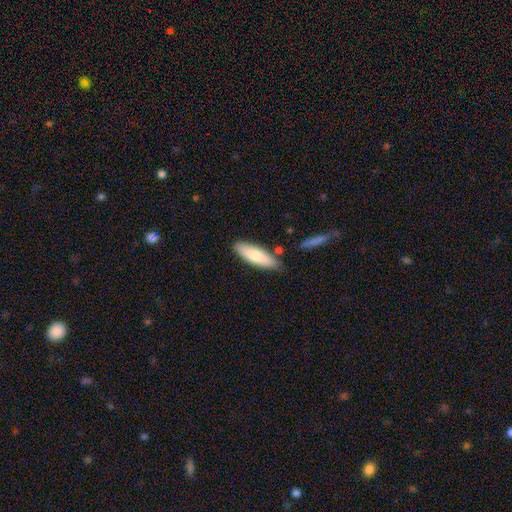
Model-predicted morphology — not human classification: Q: Smooth or featured?
A: smooth (76%); runner-up: featured or disk (19%)
Q: How rounded?
A: cigar-shaped (50%); runner-up: in between (48%)
Q: Merging?
A: none (79%); runner-up: minor disturbance (13%)